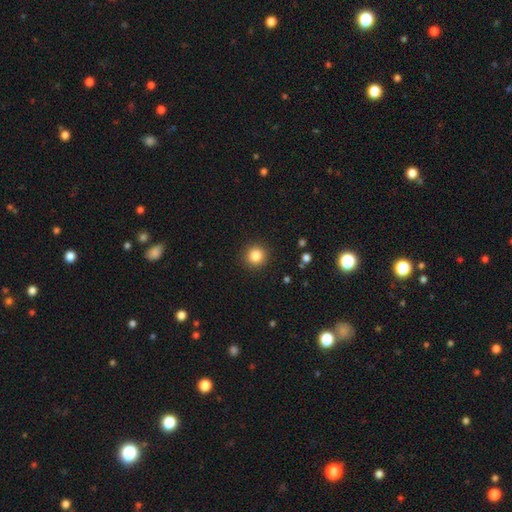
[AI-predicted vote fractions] Overall: smooth (84%). How rounded: round (95%). Merging: none (91%).